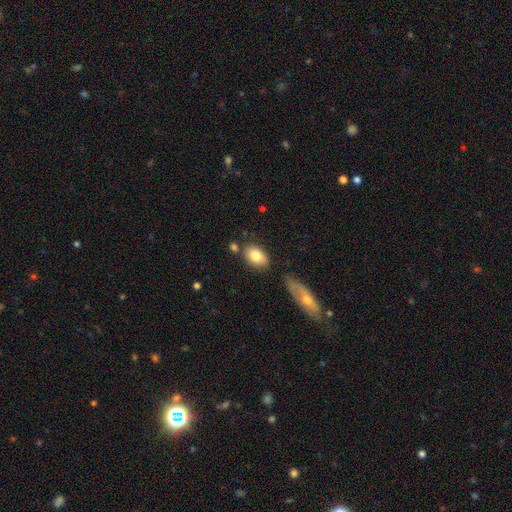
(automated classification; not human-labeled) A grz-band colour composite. It shows a smooth galaxy with no disk features (80%) that is in between round and cigar-shaped (84%). Merging: none (70%).